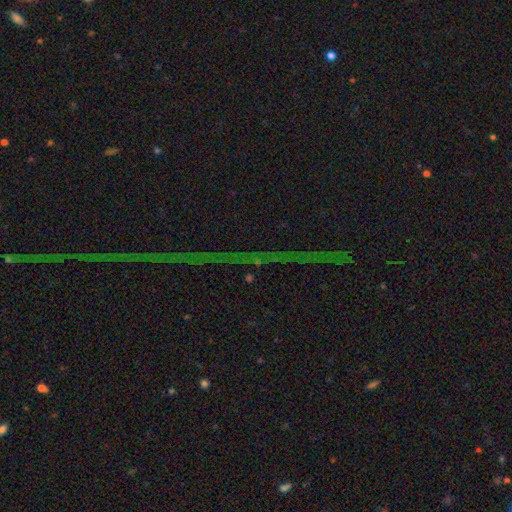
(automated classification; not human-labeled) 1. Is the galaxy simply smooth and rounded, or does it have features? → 82% star or artifact, 11% featured or disk, 7% smooth.